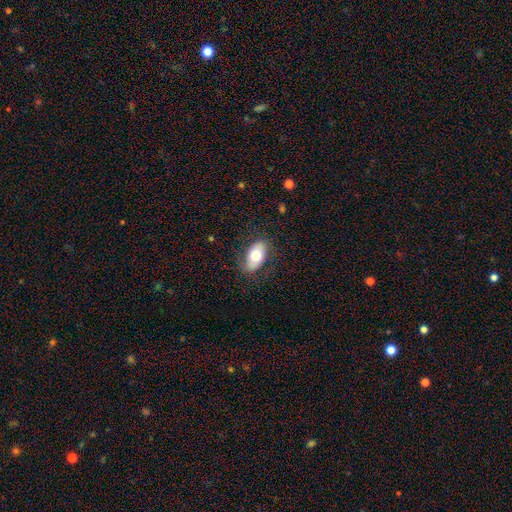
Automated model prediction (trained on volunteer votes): Overall: smooth (71%). How rounded: in between (92%). Merging: none (78%).